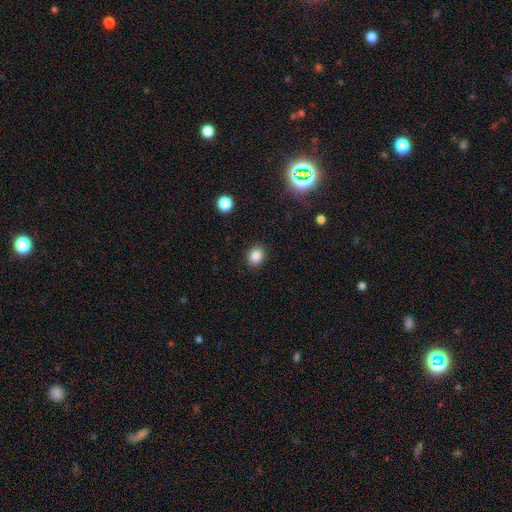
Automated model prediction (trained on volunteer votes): A smooth galaxy with no disk features (86%) that is round (54%).

Vote fractions:
- Smooth or featured? smooth: 86% / star or artifact: 11% / featured or disk: 4%
- How rounded? round: 54% / in between: 45% / cigar-shaped: 1%
- Merging? none: 89% / minor disturbance: 8% / major disturbance: 2% / merger: 1%